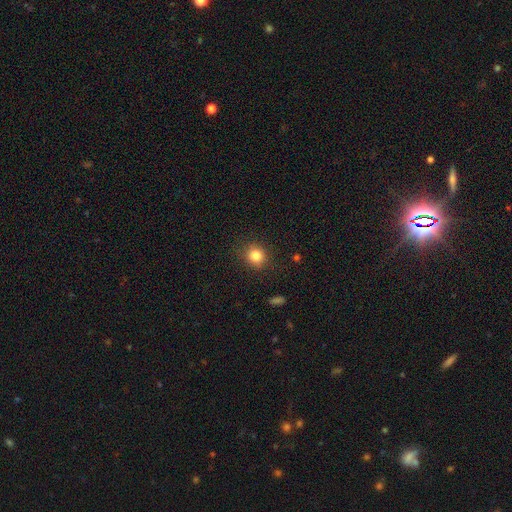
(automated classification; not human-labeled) Overall: smooth (83%). How rounded: round (83%). Merging: none (86%).